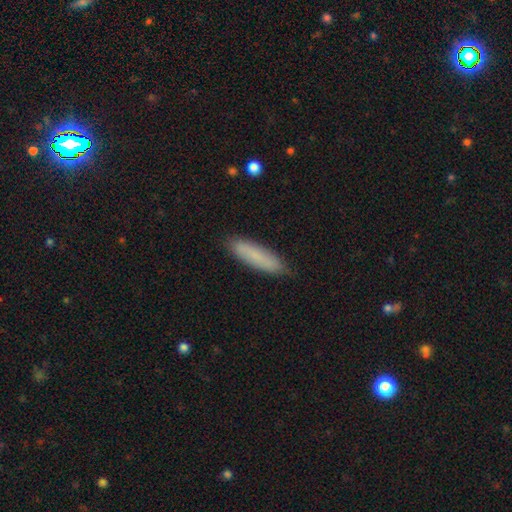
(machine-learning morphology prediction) smooth-or-featured: smooth: 80% | featured or disk: 13% | star or artifact: 7%
  how-rounded: cigar-shaped: 73% | in between: 25% | round: 1%
  merging: none: 87% | minor disturbance: 10% | major disturbance: 2% | merger: 1%